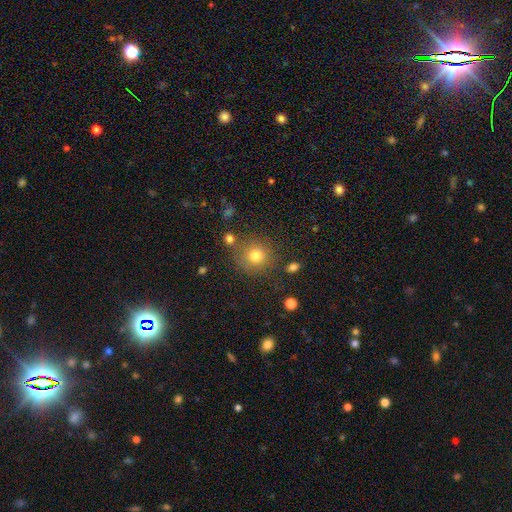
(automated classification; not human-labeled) smooth-or-featured: smooth: 78% | star or artifact: 13% | featured or disk: 9%
  how-rounded: round: 91% | in between: 8% | cigar-shaped: 1%
  merging: none: 77% | minor disturbance: 12% | merger: 7% | major disturbance: 5%